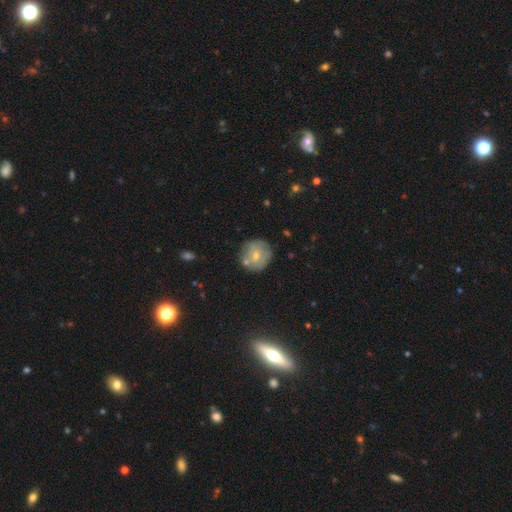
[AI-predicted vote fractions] This is possibly a smooth galaxy (57%). How rounded: clearly round (93%). Merging: likely none (73%).